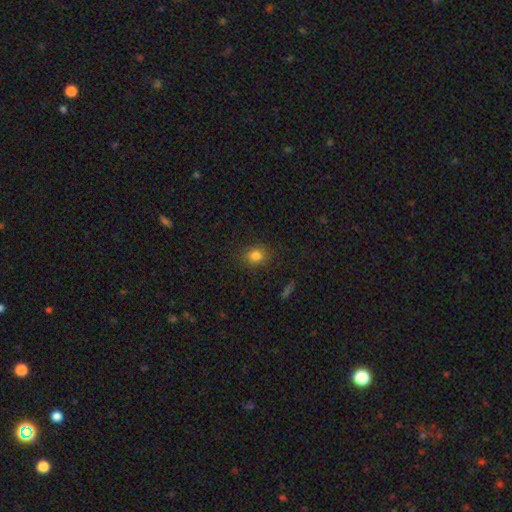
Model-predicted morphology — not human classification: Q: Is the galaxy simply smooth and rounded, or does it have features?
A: smooth — 81%.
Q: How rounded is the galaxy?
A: round — 70%.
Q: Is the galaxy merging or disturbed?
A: none — 86%.